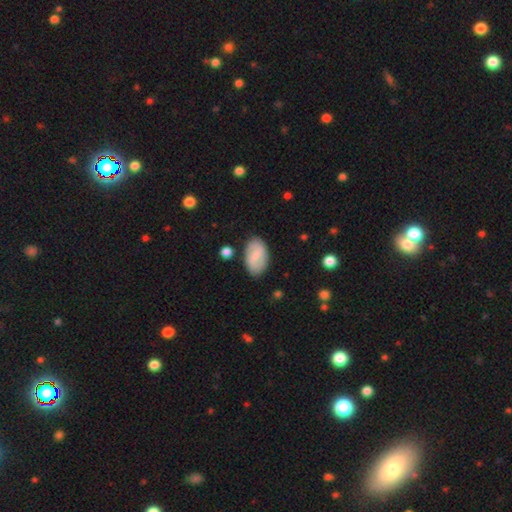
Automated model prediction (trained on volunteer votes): Smooth or featured? smooth (57%)
How rounded? in between (93%)
Merging? none (83%)